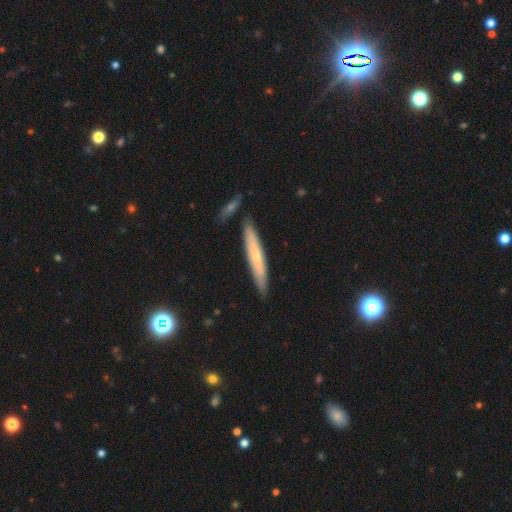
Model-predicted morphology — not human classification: smooth 49%, featured or disk 44%, star or artifact 6%. Down the decision tree: merging — none (83%).